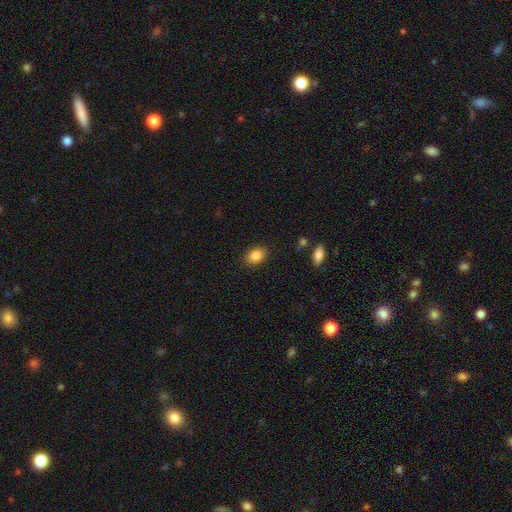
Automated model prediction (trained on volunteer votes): Smooth or featured? smooth (86%)
How rounded? in between (75%)
Merging? none (87%)